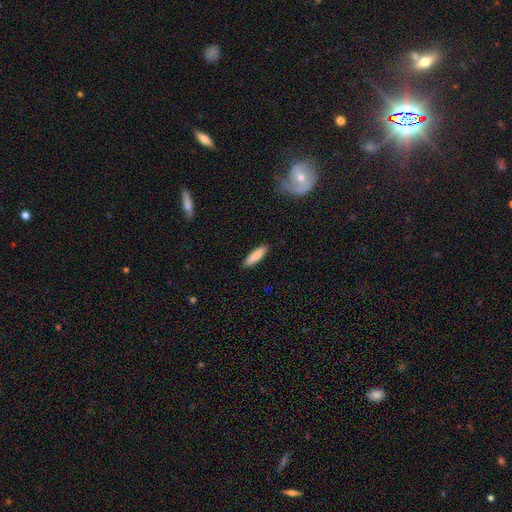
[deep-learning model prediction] smooth 86%, featured or disk 8%, star or artifact 6%. Down the decision tree: how rounded — cigar-shaped (73%); merging — none (90%).